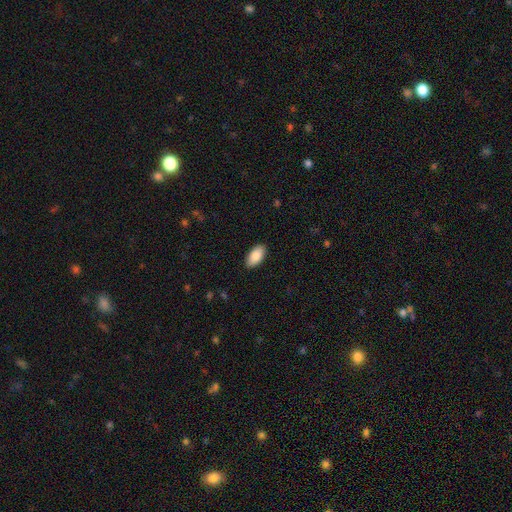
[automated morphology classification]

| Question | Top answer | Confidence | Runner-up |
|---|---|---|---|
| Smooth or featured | smooth | 87% | featured or disk (7%) |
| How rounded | in between | 95% | cigar-shaped (3%) |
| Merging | none | 89% | minor disturbance (8%) |